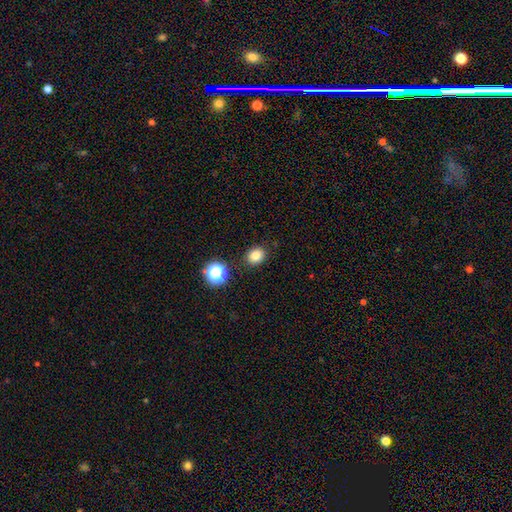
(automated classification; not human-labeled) Smooth or featured? smooth (81%)
How rounded? round (61%)
Merging? none (87%)